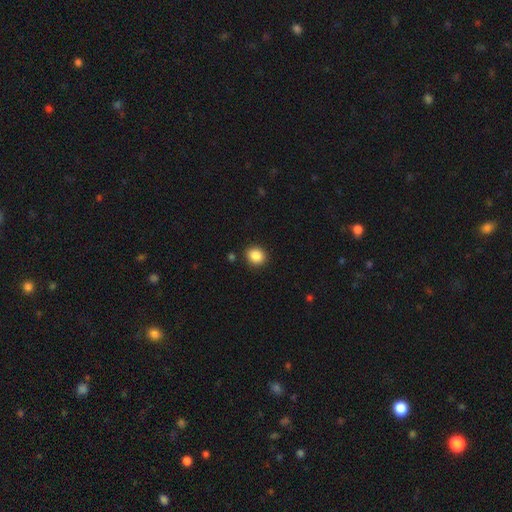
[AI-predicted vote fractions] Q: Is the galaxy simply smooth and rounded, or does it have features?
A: smooth — 87%.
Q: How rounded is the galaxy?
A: round — 72%.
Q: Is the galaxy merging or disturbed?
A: none — 89%.